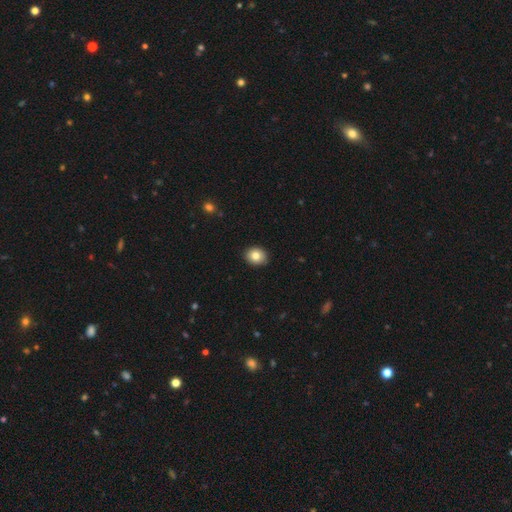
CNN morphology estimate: The model was most divided on "how rounded": round: 65%, in between: 34%, cigar-shaped: 1%. More confident: merging — none (90%); smooth or featured — smooth (81%).